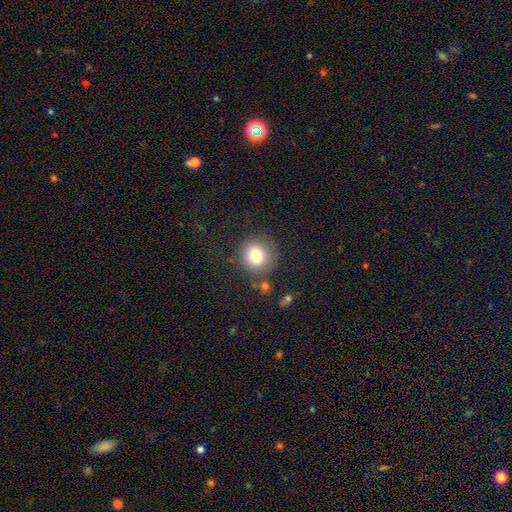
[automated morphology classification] Smooth or featured? star or artifact (61%)